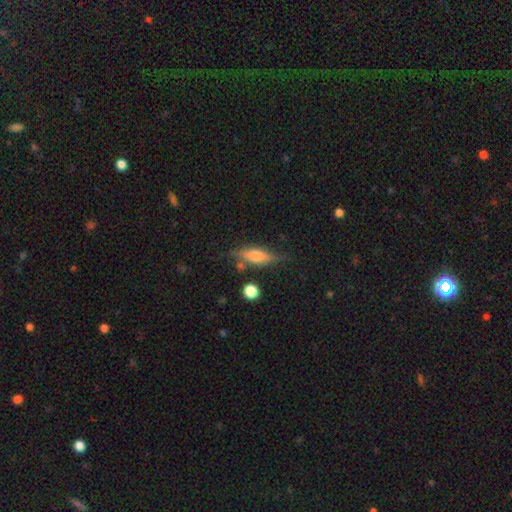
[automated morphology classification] A featured or disk galaxy (48%).

Vote fractions:
- Smooth or featured? featured or disk: 48% / smooth: 43% / star or artifact: 9%
- Merging? none: 71% / minor disturbance: 19% / major disturbance: 6% / merger: 4%